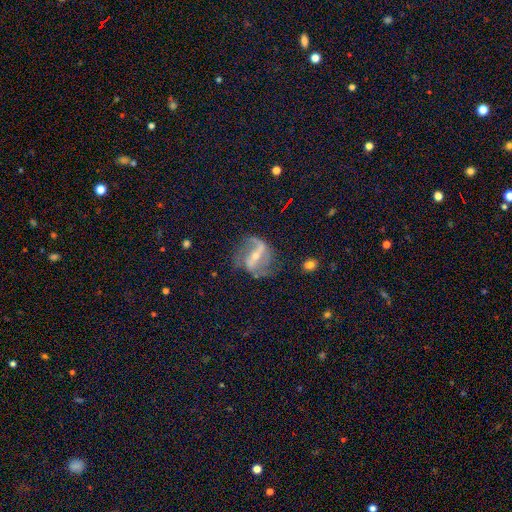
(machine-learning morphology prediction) Smooth or featured: featured or disk — 87% (star or artifact — 7%)
Edge-on disk: no — 96% (yes — 4%)
Bar: strong — 60% (weak — 27%)
Spiral arms: yes — 93% (no — 7%)
Spiral winding: loose — 50% (medium — 37%)
Spiral arm count: 2 — 87% (can't tell — 4%)
Bulge size: small — 58% (moderate — 38%)
Merging: none — 67% (minor disturbance — 18%)